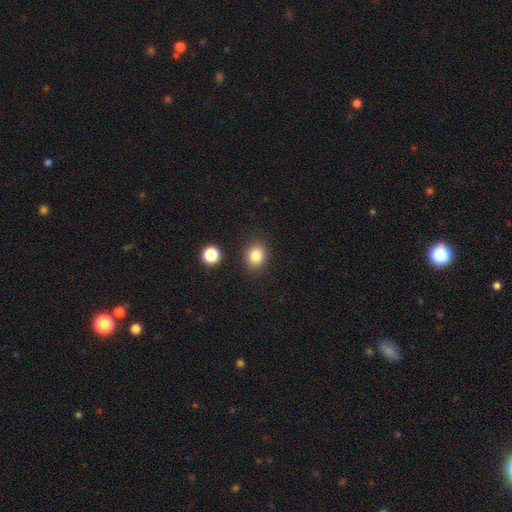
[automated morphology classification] Overall: smooth (83%). How rounded: round (66%; in between 33%). Merging: none (85%).